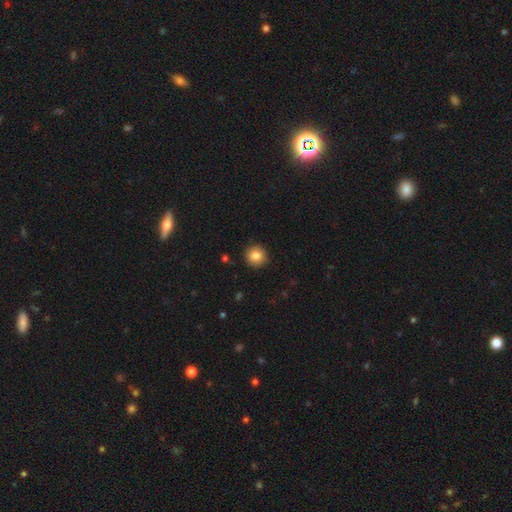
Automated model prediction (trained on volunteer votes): Q: Smooth or featured?
A: smooth (85%); runner-up: star or artifact (9%)
Q: How rounded?
A: round (94%); runner-up: in between (5%)
Q: Merging?
A: none (91%); runner-up: minor disturbance (6%)